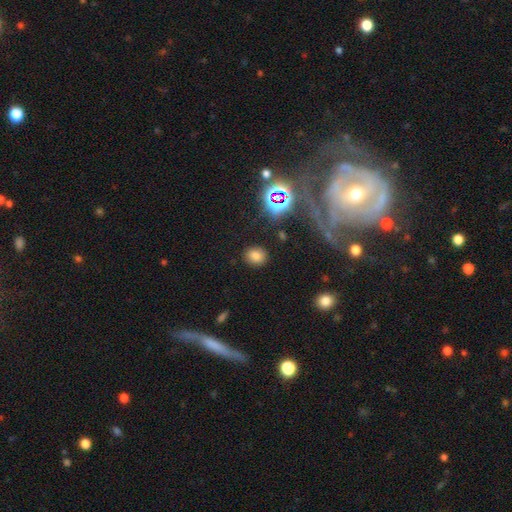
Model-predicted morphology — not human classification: A smooth galaxy with no disk features (75%) that is round (60%). Merging: none (87%).